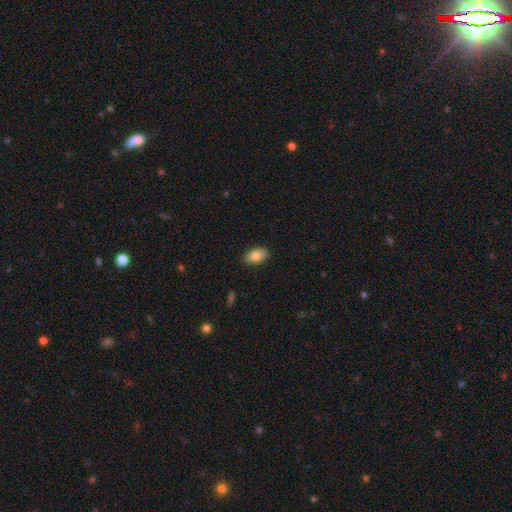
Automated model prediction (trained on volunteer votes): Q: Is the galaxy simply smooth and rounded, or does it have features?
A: smooth — 83%.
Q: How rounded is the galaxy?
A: in between — 92%.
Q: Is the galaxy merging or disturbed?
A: none — 87%.